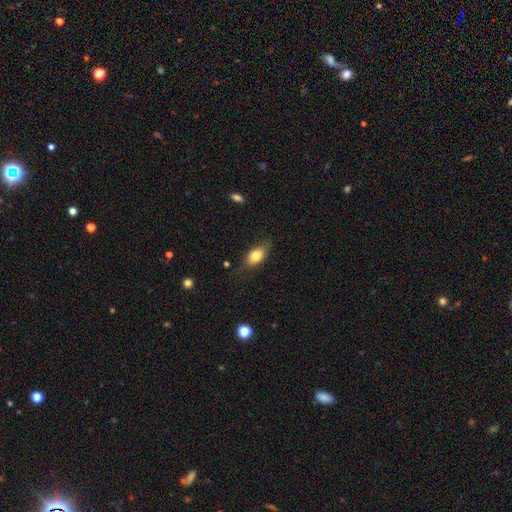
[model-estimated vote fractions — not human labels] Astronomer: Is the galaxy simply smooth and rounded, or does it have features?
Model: smooth — 77%.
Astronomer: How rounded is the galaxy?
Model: in between — 83%.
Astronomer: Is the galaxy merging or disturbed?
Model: none — 73%.